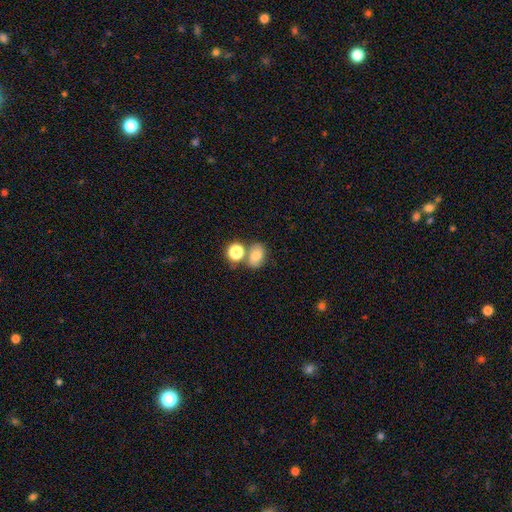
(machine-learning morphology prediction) The model was most divided on "how rounded": in between: 60%, round: 39%, cigar-shaped: 1%. More confident: smooth or featured — smooth (74%); merging — none (54%).